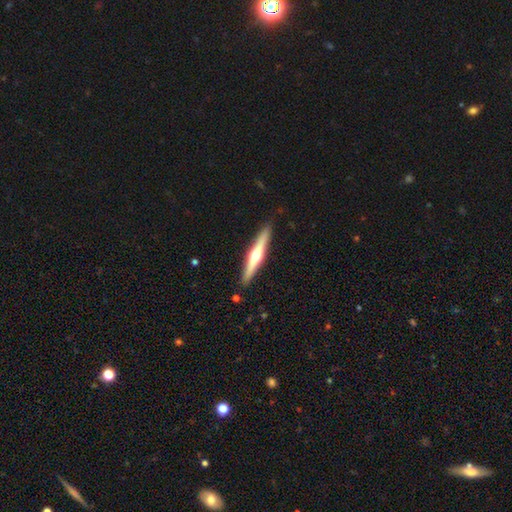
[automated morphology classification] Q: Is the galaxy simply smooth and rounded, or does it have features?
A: featured or disk — 64%.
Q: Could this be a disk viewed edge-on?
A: yes — 97%.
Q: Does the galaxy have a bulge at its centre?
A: rounded — 90%.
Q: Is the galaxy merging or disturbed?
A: none — 90%.